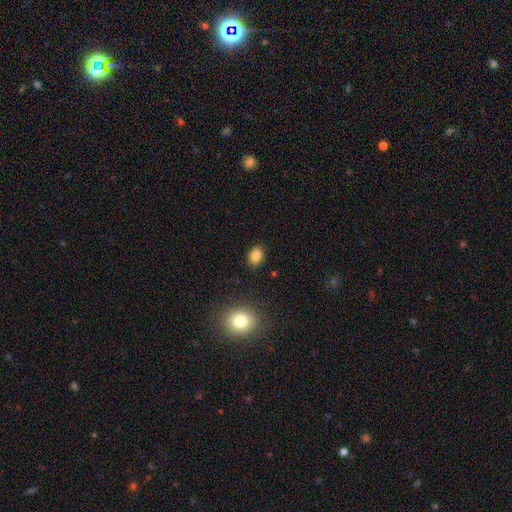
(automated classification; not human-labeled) Smooth or featured? smooth (84%)
How rounded? in between (62%)
Merging? none (88%)